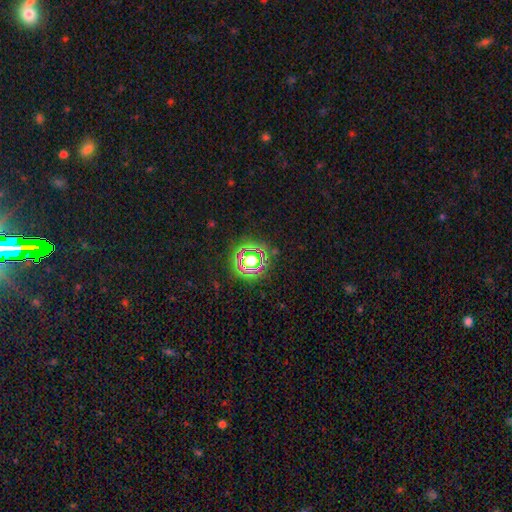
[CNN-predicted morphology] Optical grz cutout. It shows a star or artifact, not a galaxy (76%).